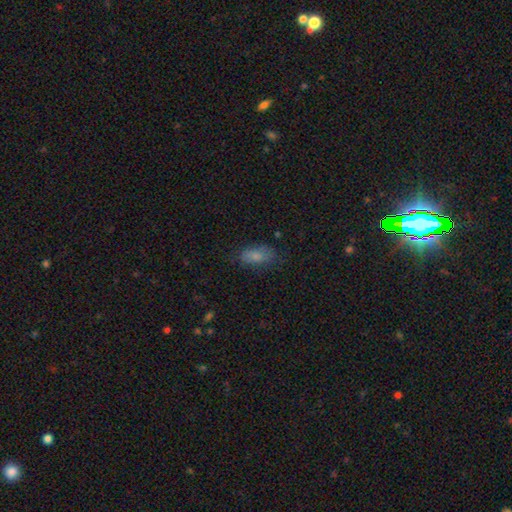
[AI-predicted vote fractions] The model was most divided on "merging": none: 68%, minor disturbance: 23%, major disturbance: 7%, merger: 2%. More confident: how rounded — in between (87%); smooth or featured — smooth (77%).